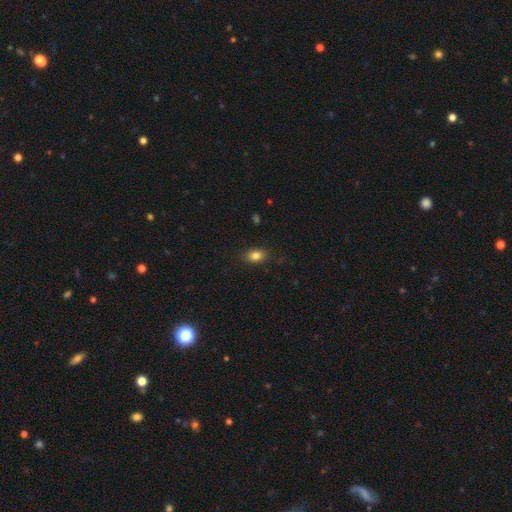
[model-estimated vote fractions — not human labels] The model was most divided on "how rounded": in between: 78%, round: 20%, cigar-shaped: 2%. More confident: merging — none (86%); smooth or featured — smooth (83%).